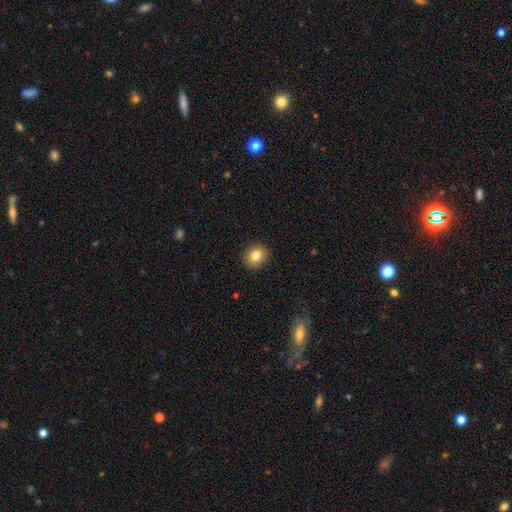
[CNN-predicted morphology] Smooth or featured? Predicted: smooth (p=0.83). How rounded? Predicted: round (p=0.67). Merging? Predicted: none (p=0.91).